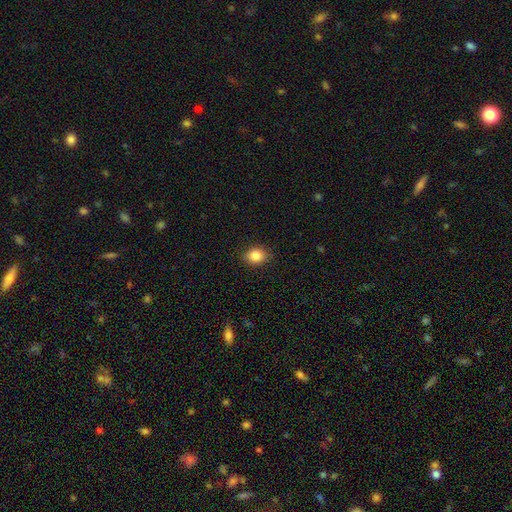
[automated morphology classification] This appears to be a smooth galaxy with no disk features (86%) that is round (56%). Merging: none (89%).